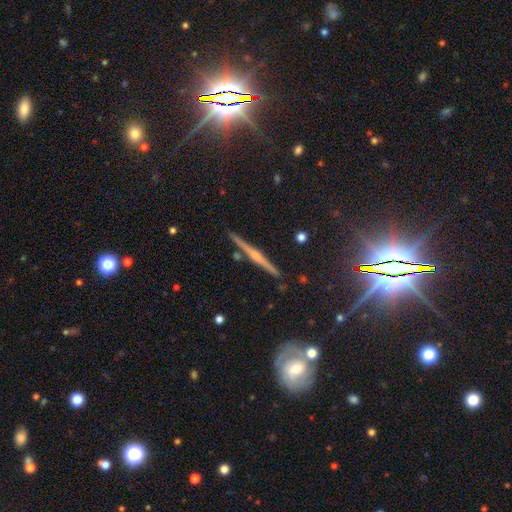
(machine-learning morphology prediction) Overall: featured or disk (74%). Edge-on disk: yes (98%). Edge-on bulge: rounded (70%). Merging: none (89%).